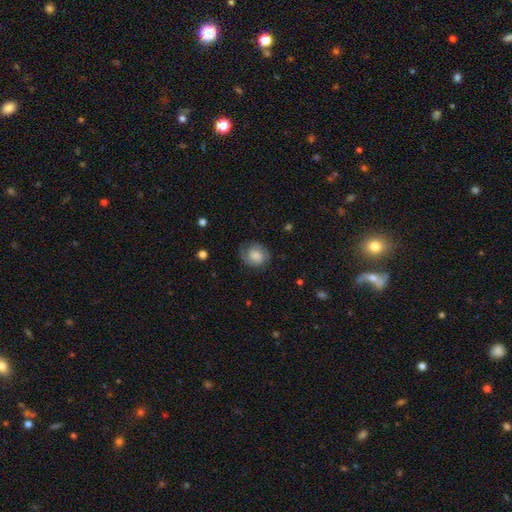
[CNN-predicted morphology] Smooth or featured? Predicted: smooth (p=0.61). How rounded? Predicted: round (p=0.64). Merging? Predicted: none (p=0.67).